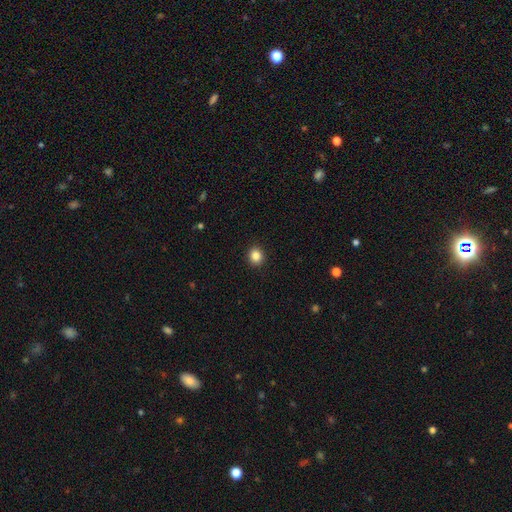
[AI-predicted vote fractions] Smooth or featured? Predicted: smooth (p=0.86). How rounded? Predicted: round (p=0.80). Merging? Predicted: none (p=0.92).